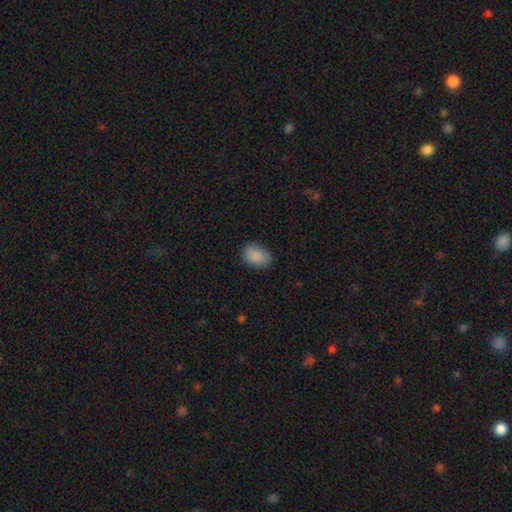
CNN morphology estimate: type=smooth (88%); roundness=in between (80%); merging=none (80%).